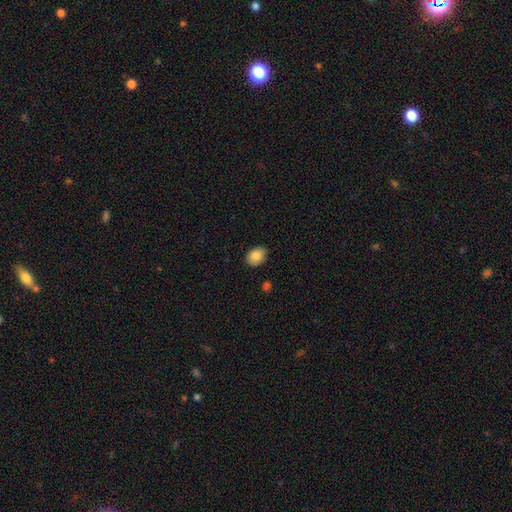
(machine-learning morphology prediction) A smooth galaxy with no disk features (85%) that is in between round and cigar-shaped (71%). Merging: none (82%).